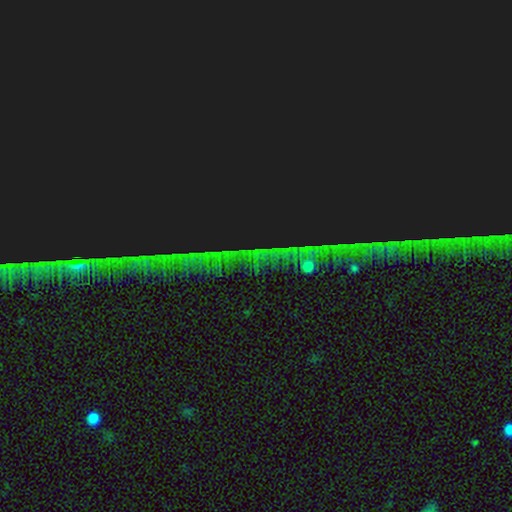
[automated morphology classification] A star or artifact, not a galaxy (85%).